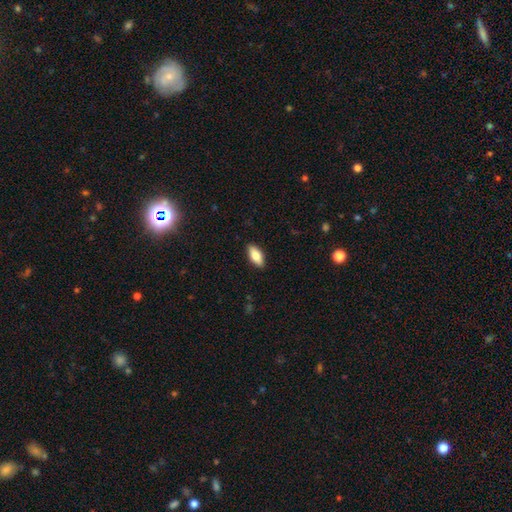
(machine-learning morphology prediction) Smooth or featured: smooth — 78% (featured or disk — 16%)
How rounded: in between — 86% (cigar-shaped — 12%)
Merging: none — 89% (minor disturbance — 8%)